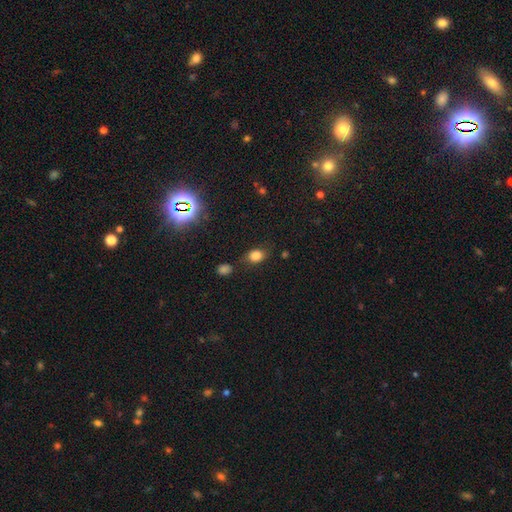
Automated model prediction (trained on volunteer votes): Smooth or featured? smooth (80%)
How rounded? in between (65%)
Merging? none (73%)